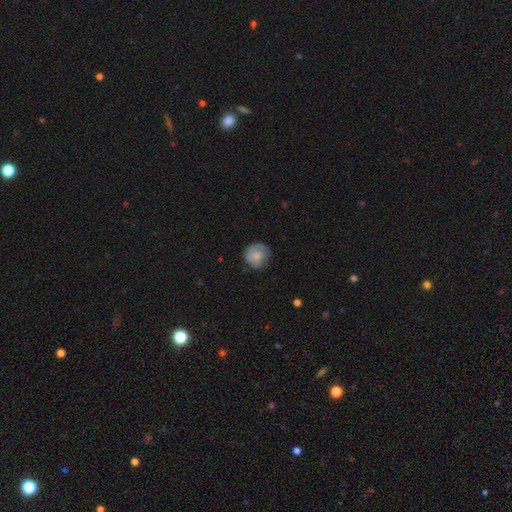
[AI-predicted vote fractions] A smooth galaxy with no disk features (70%) that is round (87%). Merging: none (68%).